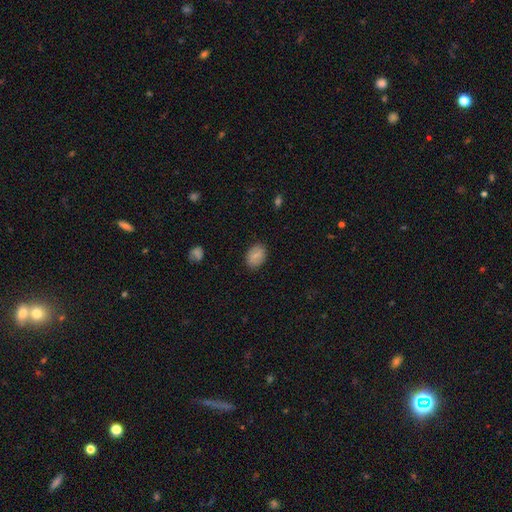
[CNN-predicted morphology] A smooth galaxy with no disk features (69%) that is in between round and cigar-shaped (74%).

Vote fractions:
- Smooth or featured? smooth: 69% / featured or disk: 22% / star or artifact: 9%
- How rounded? in between: 74% / round: 24% / cigar-shaped: 1%
- Merging? none: 85% / minor disturbance: 11% / major disturbance: 3% / merger: 1%